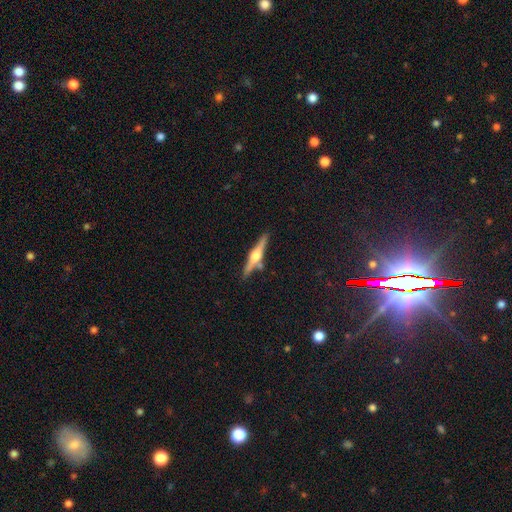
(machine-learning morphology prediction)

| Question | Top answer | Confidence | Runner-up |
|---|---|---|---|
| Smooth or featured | featured or disk | 73% | smooth (21%) |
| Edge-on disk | yes | 97% | no (3%) |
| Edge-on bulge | rounded | 93% | boxy (5%) |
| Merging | none | 79% | minor disturbance (11%) |